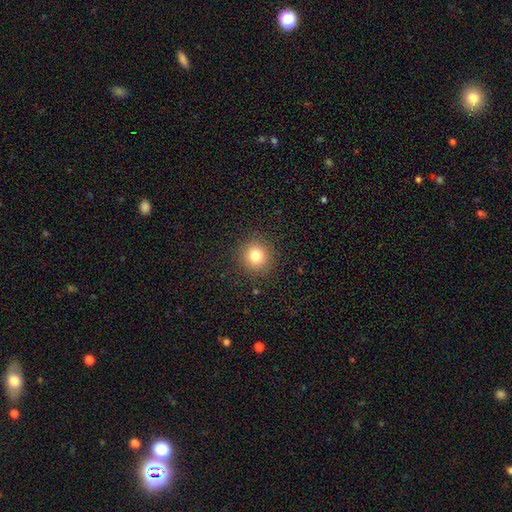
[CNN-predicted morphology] Smooth or featured?
  - smooth: 80% *
  - star or artifact: 12%
  - featured or disk: 8%
How rounded?
  - round: 91% *
  - in between: 8%
  - cigar-shaped: 1%
Merging?
  - none: 90% *
  - minor disturbance: 6%
  - major disturbance: 3%
  - merger: 1%